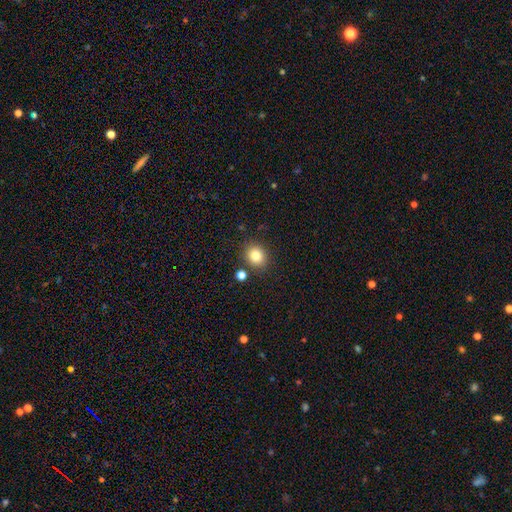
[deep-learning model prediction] smooth-or-featured: smooth: 82% | star or artifact: 11% | featured or disk: 7%
  how-rounded: round: 71% | in between: 28% | cigar-shaped: 1%
  merging: none: 83% | minor disturbance: 9% | merger: 5% | major disturbance: 3%